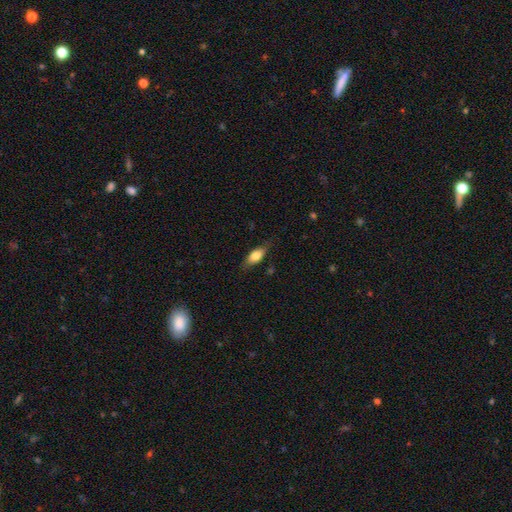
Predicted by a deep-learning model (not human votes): smooth_or_featured: smooth (p=0.74) [alt: featured or disk p=0.19]
how_rounded: in between (p=0.80) [alt: cigar-shaped p=0.17]
merging: none (p=0.76) [alt: minor disturbance p=0.19]